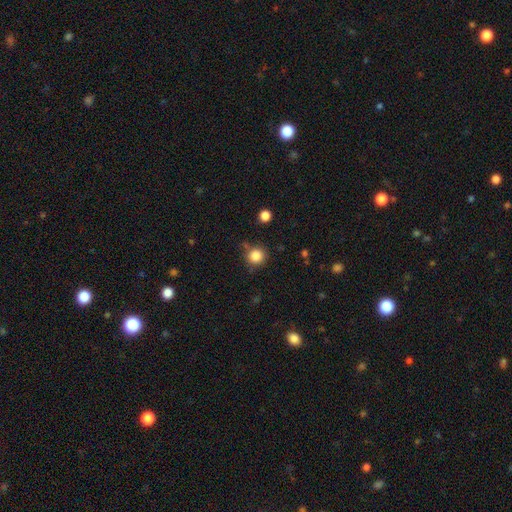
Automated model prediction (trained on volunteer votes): Smooth or featured? Predicted: smooth (p=0.85). How rounded? Predicted: round (p=0.93). Merging? Predicted: none (p=0.79).